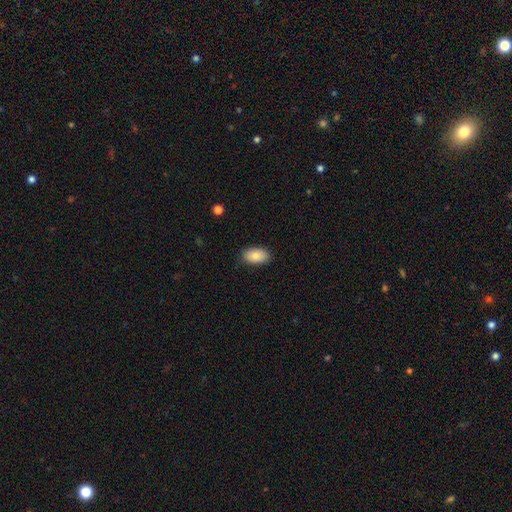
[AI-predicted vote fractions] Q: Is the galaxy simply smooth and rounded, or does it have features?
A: smooth — 83%.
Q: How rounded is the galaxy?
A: in between — 93%.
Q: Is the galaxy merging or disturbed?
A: none — 87%.